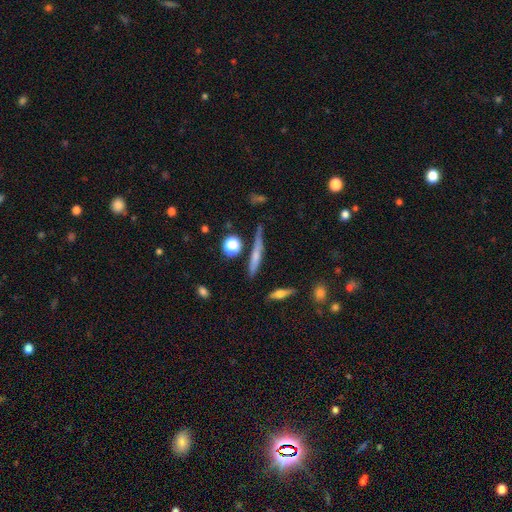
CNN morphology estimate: A smooth galaxy with no disk features (49%).

Vote fractions:
- Smooth or featured? smooth: 49% / featured or disk: 40% / star or artifact: 11%
- Merging? none: 73% / minor disturbance: 17% / merger: 5% / major disturbance: 5%